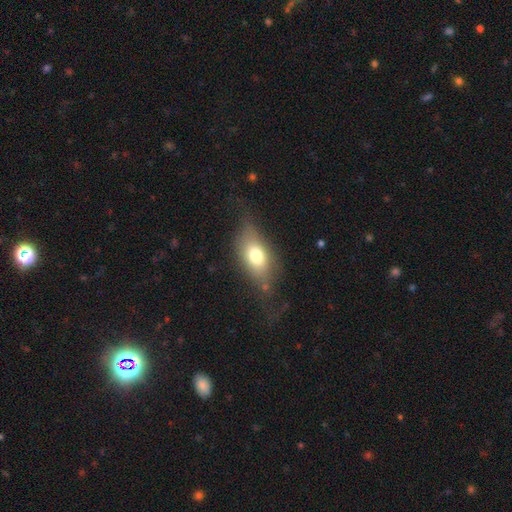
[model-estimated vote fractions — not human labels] smooth 69%, featured or disk 22%, star or artifact 9%. Down the decision tree: how rounded — in between (83%); merging — none (57%).